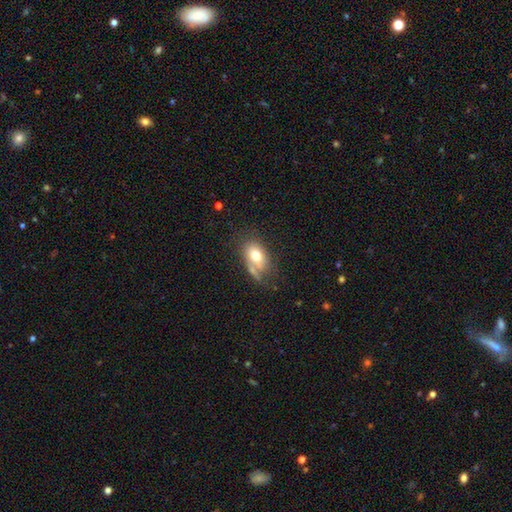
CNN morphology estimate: The model was most divided on "merging": none: 48%, minor disturbance: 23%, merger: 16%, major disturbance: 13%. More confident: how rounded — in between (85%); smooth or featured — smooth (71%).